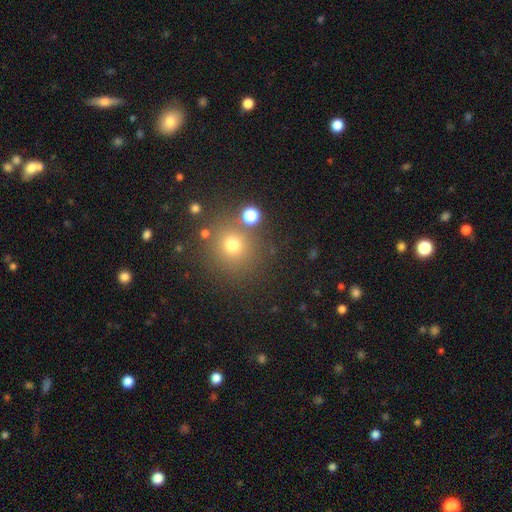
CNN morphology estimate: The model was most divided on "smooth or featured": smooth: 53%, star or artifact: 39%, featured or disk: 8%. More confident: how rounded — round (92%); merging — none (80%).